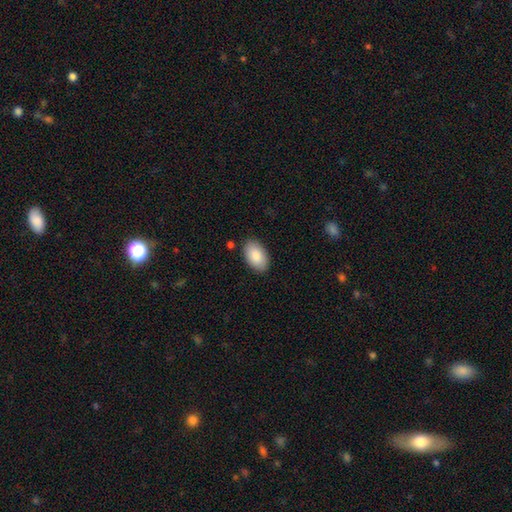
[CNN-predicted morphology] smooth-or-featured: smooth: 87% | featured or disk: 8% | star or artifact: 6%
  how-rounded: in between: 95% | round: 4% | cigar-shaped: 1%
  merging: none: 86% | minor disturbance: 10% | major disturbance: 2% | merger: 2%